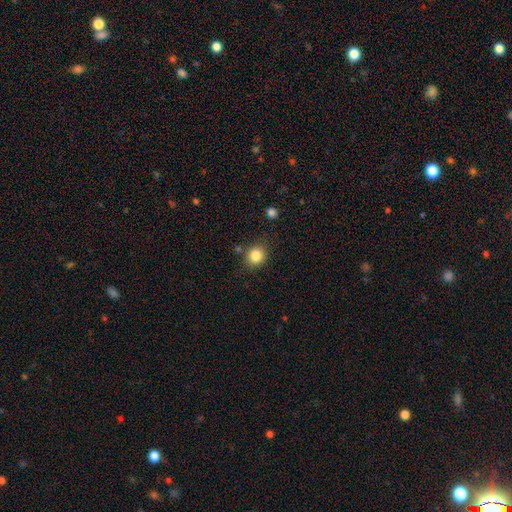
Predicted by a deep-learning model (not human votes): Smooth or featured?
  - smooth: 85% *
  - star or artifact: 11%
  - featured or disk: 5%
How rounded?
  - round: 79% *
  - in between: 20%
  - cigar-shaped: 1%
Merging?
  - none: 81% *
  - minor disturbance: 12%
  - merger: 4%
  - major disturbance: 4%